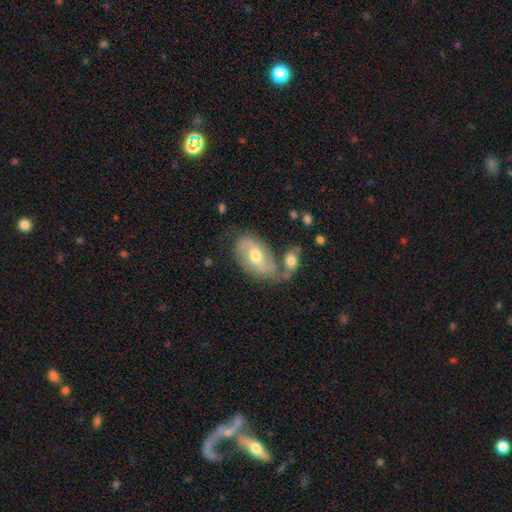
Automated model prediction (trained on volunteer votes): Morphology: type=featured or disk (56%); edge-on=no (92%); bar=weak (42%); spiral arms=yes (70%); bulge=moderate (74%); merging=none (52%).